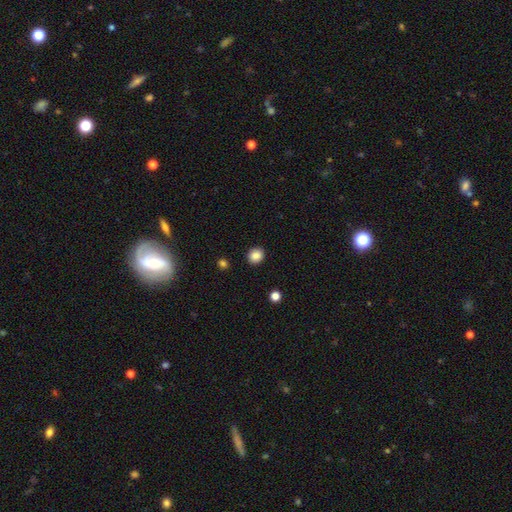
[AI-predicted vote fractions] The model was most divided on "how rounded": round: 75%, in between: 24%, cigar-shaped: 1%. More confident: merging — none (90%); smooth or featured — smooth (87%).